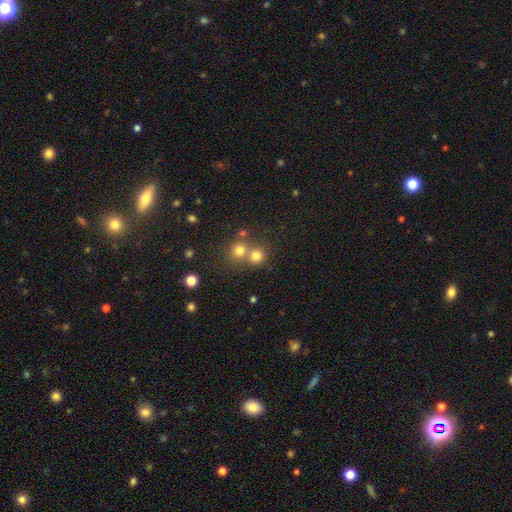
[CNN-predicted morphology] Overall: smooth (76%). How rounded: round (87%). Merging: none (49%; merger 43%).